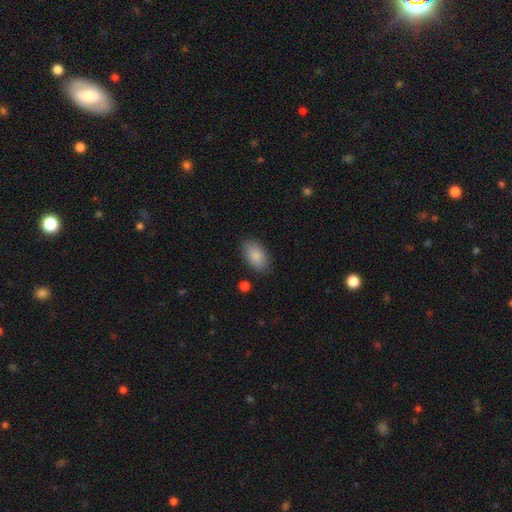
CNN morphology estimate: This is clearly a smooth galaxy (87%). How rounded: clearly in between (93%). Merging: clearly none (85%).